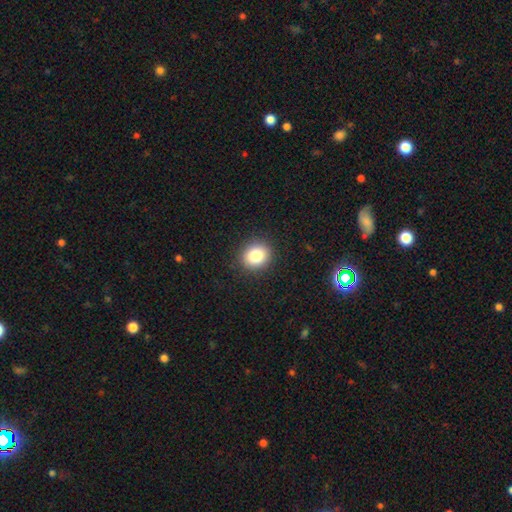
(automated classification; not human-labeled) smooth_or_featured: smooth (p=0.83) [alt: star or artifact p=0.10]
how_rounded: round (p=0.77) [alt: in between p=0.22]
merging: none (p=0.90) [alt: minor disturbance p=0.06]